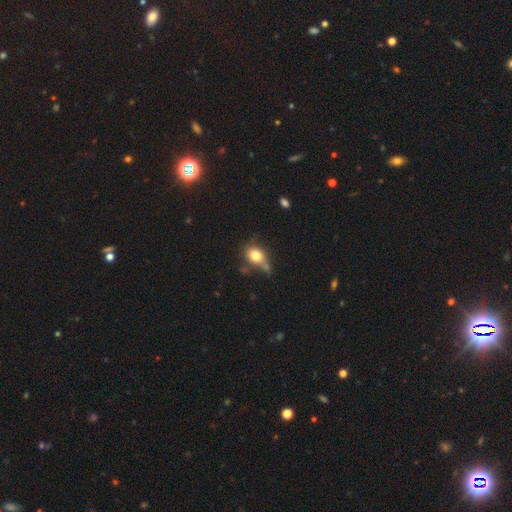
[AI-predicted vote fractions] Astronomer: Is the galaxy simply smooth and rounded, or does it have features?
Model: smooth — 76%.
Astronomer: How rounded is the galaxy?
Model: in between — 60% (runner-up: round, 36%).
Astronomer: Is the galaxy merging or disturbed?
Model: none — 41% (runner-up: minor disturbance, 30%).